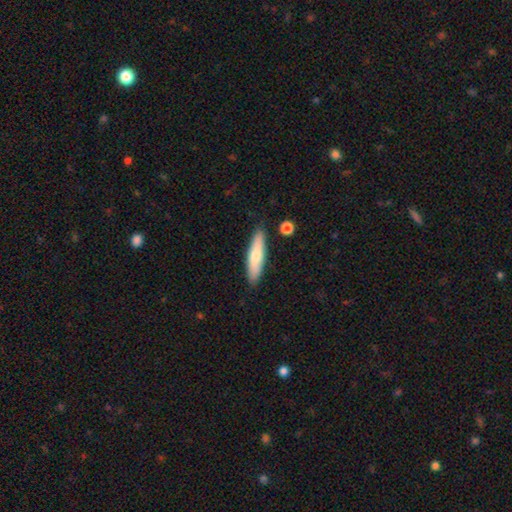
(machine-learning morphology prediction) The model was most divided on "smooth or featured": smooth: 67%, featured or disk: 27%, star or artifact: 6%. More confident: merging — none (87%); how rounded — cigar-shaped (76%).